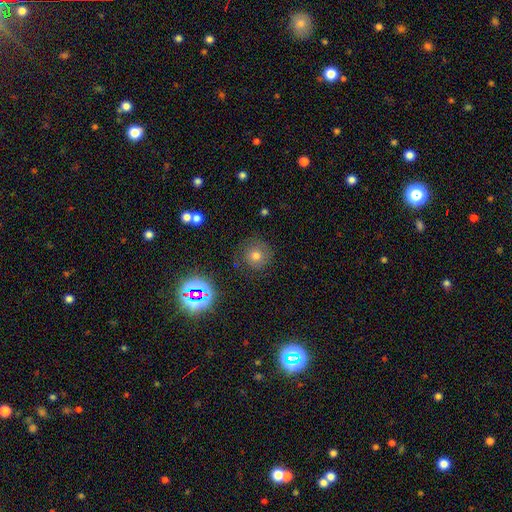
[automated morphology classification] Overall: smooth (69%). How rounded: round (94%). Merging: none (83%).